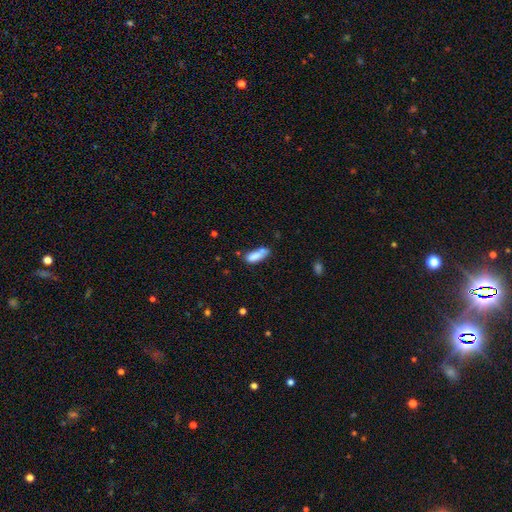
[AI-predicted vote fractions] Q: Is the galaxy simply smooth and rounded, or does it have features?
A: smooth — 81%.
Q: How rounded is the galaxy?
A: in between — 69%.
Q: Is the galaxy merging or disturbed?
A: none — 50%.